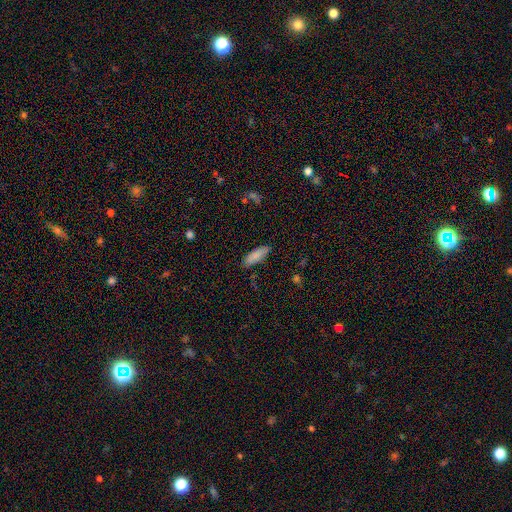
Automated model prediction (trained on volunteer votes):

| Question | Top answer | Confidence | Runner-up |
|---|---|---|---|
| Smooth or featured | smooth | 86% | featured or disk (7%) |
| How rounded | in between | 61% | cigar-shaped (37%) |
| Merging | none | 84% | minor disturbance (12%) |